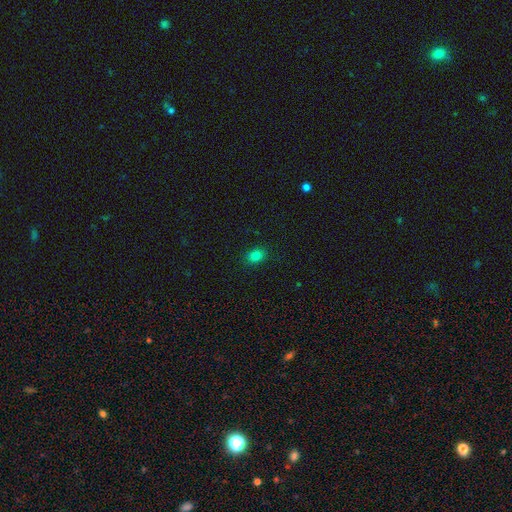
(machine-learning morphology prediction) A smooth galaxy with no disk features (82%) that is in between round and cigar-shaped (65%).

Vote fractions:
- Smooth or featured? smooth: 82% / star or artifact: 13% / featured or disk: 5%
- How rounded? in between: 65% / round: 34% / cigar-shaped: 1%
- Merging? none: 88% / minor disturbance: 9% / major disturbance: 2% / merger: 1%